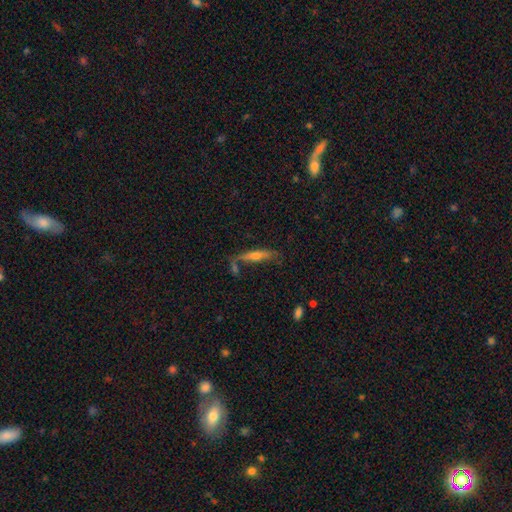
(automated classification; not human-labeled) The model was most divided on "smooth or featured": featured or disk: 53%, smooth: 38%, star or artifact: 9%. More confident: edge-on disk — yes (87%); merging — none (62%).